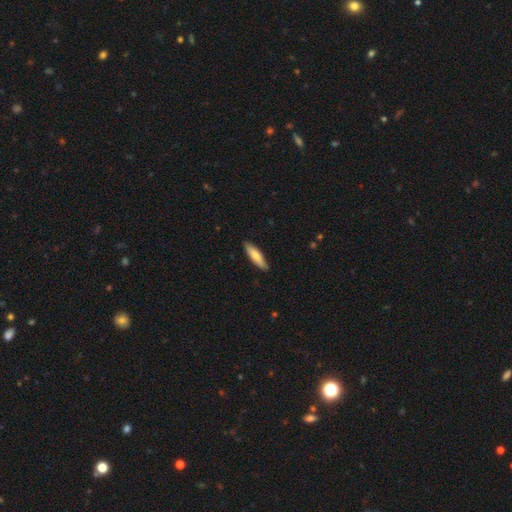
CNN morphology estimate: A smooth galaxy with no disk features (74%) that is cigar-shaped (72%). Merging: none (88%).